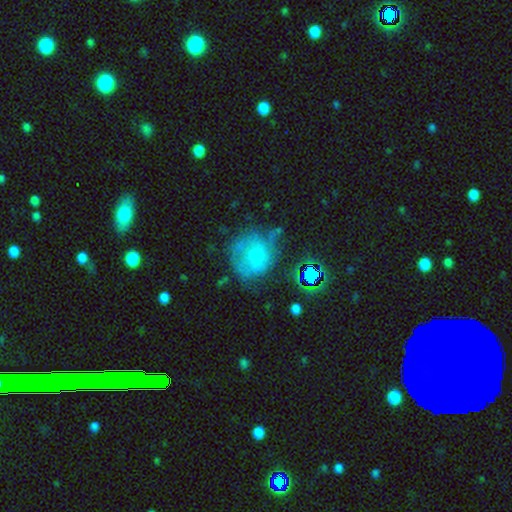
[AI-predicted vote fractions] Overall: smooth (45%; featured or disk 39%). Merging: none (45%; minor disturbance 28%).